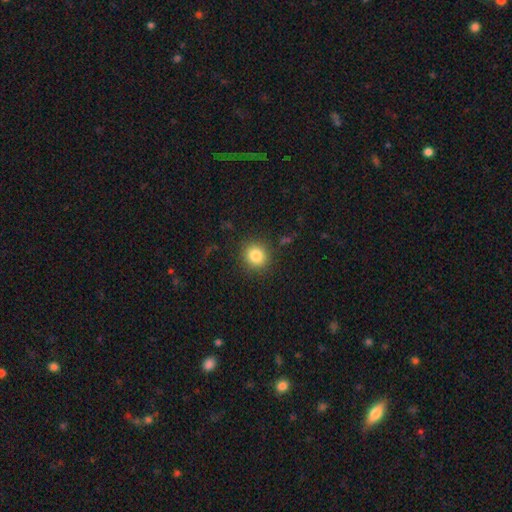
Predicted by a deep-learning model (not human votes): Morphology: type=smooth (84%); roundness=round (85%); merging=none (88%).